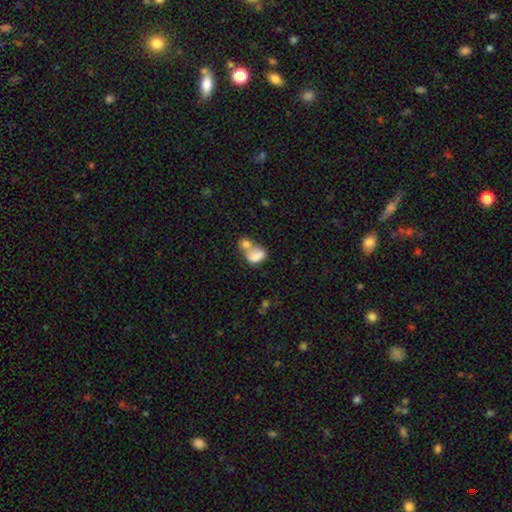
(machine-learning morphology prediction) This appears to be a smooth galaxy with no disk features (76%) that is in between round and cigar-shaped (76%). Merging: merger (65%).